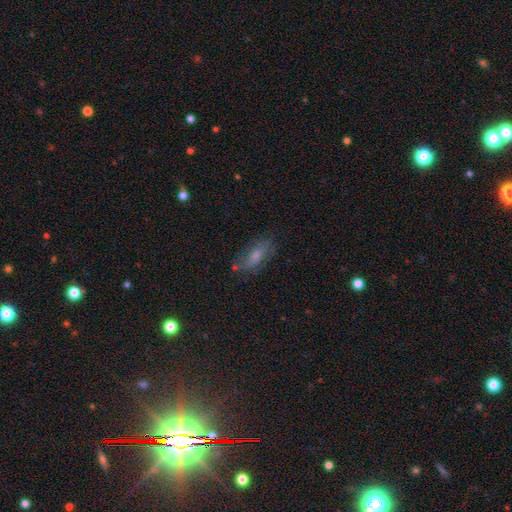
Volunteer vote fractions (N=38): smooth 58%, featured or disk 39%, star or artifact 3%. Down the decision tree: how rounded — in between (95%); merging — none (62%).